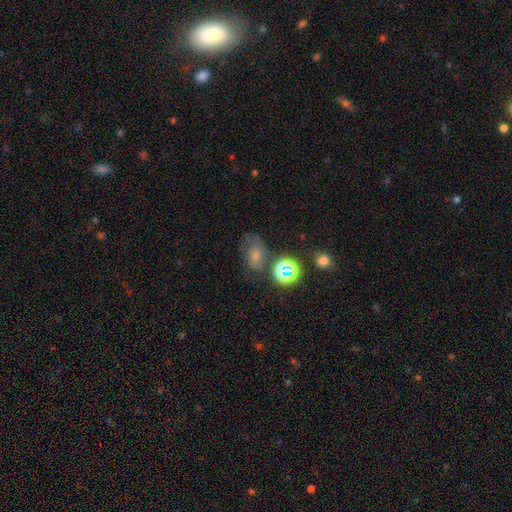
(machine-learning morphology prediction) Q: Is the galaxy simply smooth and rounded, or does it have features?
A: smooth — 54%.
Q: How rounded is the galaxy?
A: in between — 70%.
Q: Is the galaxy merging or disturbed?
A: none — 49%.